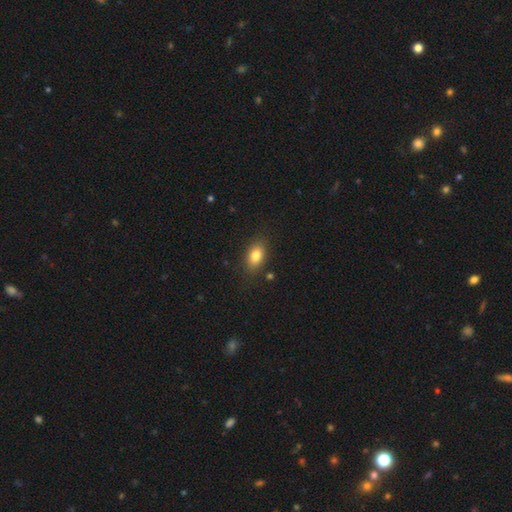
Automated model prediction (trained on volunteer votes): Morphology: type=smooth (82%); roundness=in between (86%); merging=none (84%).